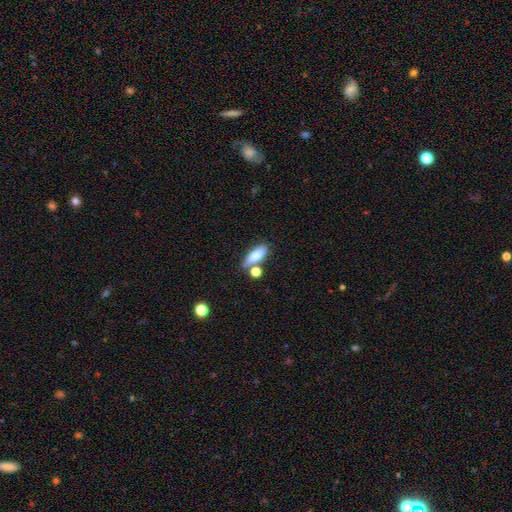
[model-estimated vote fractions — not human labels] A smooth galaxy with no disk features (81%) that is in between round and cigar-shaped (65%).

Vote fractions:
- Smooth or featured? smooth: 81% / featured or disk: 12% / star or artifact: 7%
- How rounded? in between: 65% / cigar-shaped: 30% / round: 5%
- Merging? none: 60% / merger: 21% / minor disturbance: 14% / major disturbance: 5%